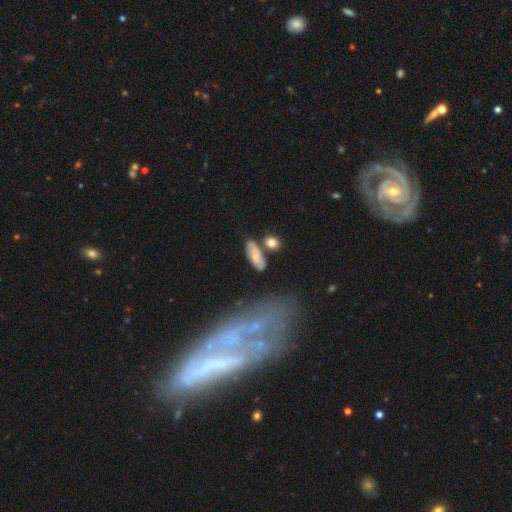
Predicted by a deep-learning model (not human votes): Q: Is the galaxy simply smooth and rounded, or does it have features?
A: smooth — 68%.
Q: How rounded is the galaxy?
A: in between — 74%.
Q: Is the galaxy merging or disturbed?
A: none — 61%.